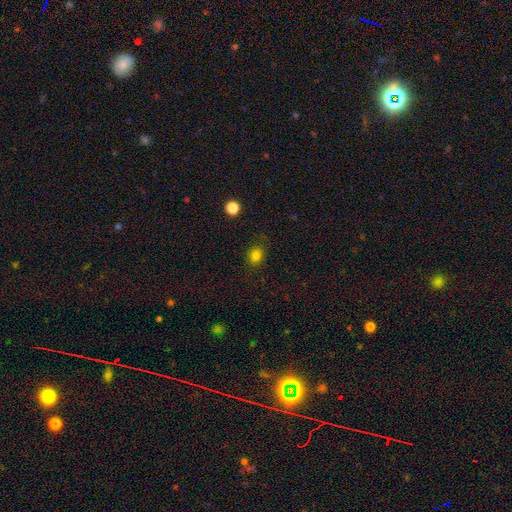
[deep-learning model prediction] A smooth galaxy with no disk features (80%) that is round (56%).

Vote fractions:
- Smooth or featured? smooth: 80% / star or artifact: 14% / featured or disk: 6%
- How rounded? round: 56% / in between: 43% / cigar-shaped: 1%
- Merging? none: 84% / minor disturbance: 12% / major disturbance: 3% / merger: 1%